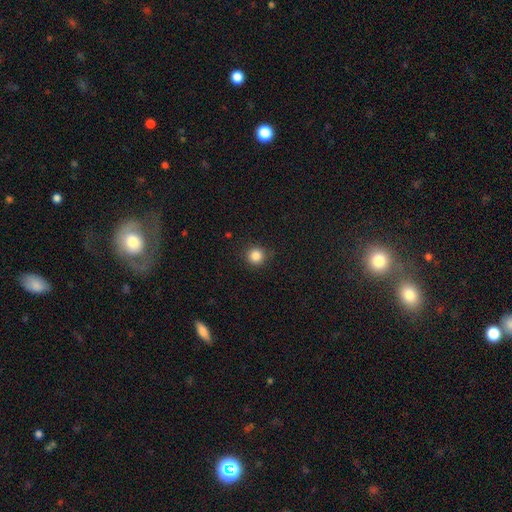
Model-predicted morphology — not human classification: A smooth galaxy with no disk features (85%) that is round (94%).

Vote fractions:
- Smooth or featured? smooth: 85% / star or artifact: 11% / featured or disk: 4%
- How rounded? round: 94% / in between: 5% / cigar-shaped: 1%
- Merging? none: 90% / minor disturbance: 7% / major disturbance: 2% / merger: 1%